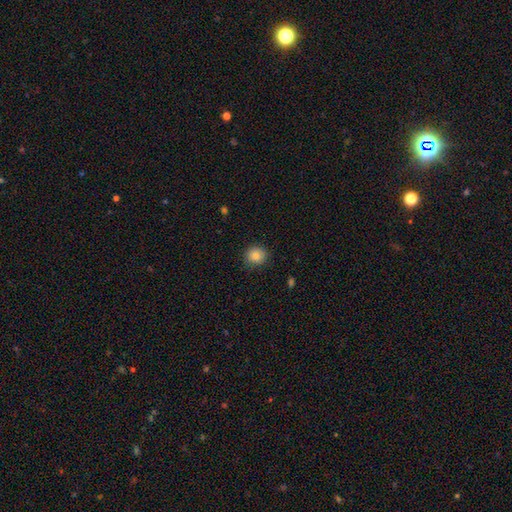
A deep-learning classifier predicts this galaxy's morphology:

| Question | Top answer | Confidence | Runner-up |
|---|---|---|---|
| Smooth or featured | smooth | 85% | star or artifact (9%) |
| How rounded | round | 81% | in between (18%) |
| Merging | none | 85% | minor disturbance (12%) |